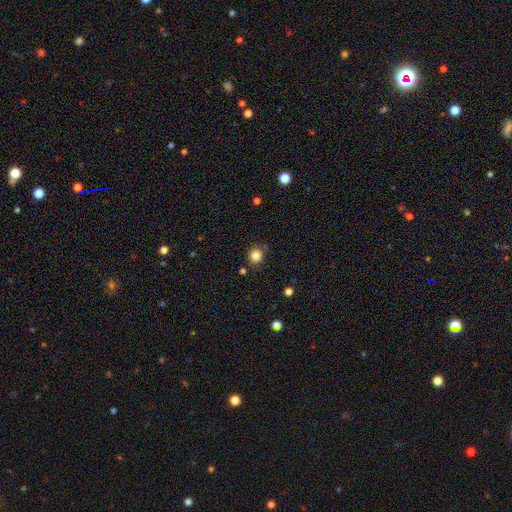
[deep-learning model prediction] A smooth galaxy with no disk features (84%) that is round (88%). Merging: none (82%).